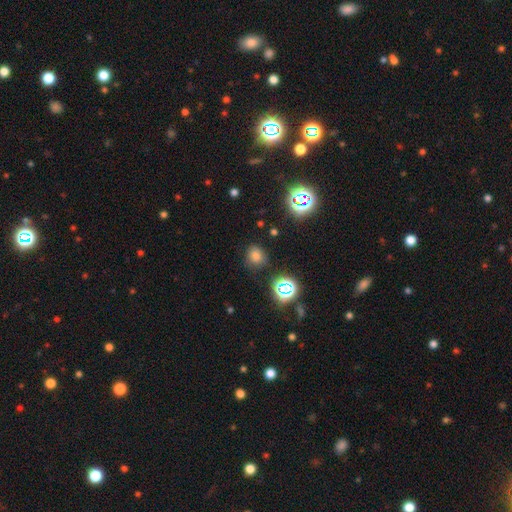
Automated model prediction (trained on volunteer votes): Overall: smooth (69%). How rounded: round (76%). Merging: none (80%).